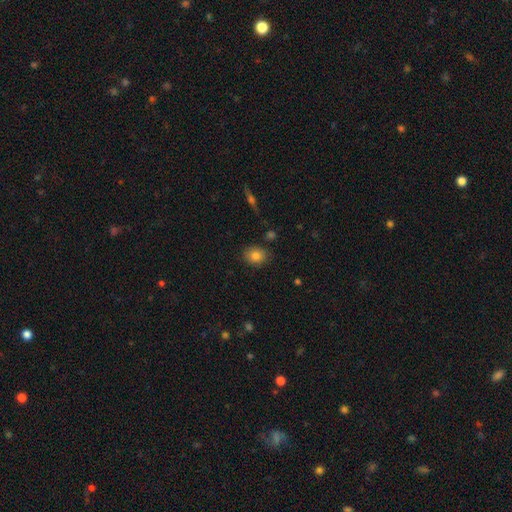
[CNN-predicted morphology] A smooth galaxy with no disk features (82%) that is round (51%). Merging: none (84%).